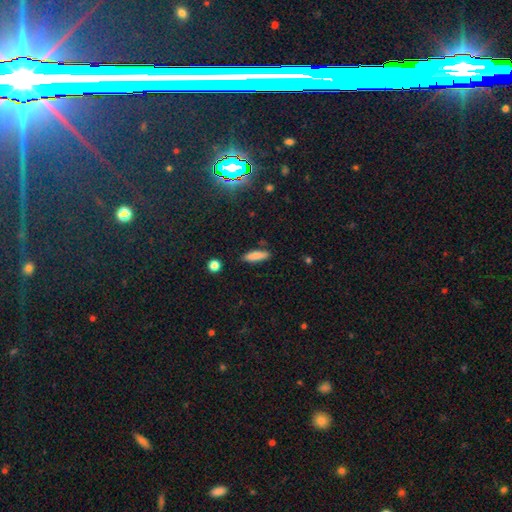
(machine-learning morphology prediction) smooth-or-featured: smooth: 82% | featured or disk: 10% | star or artifact: 8%
  how-rounded: cigar-shaped: 59% | in between: 39% | round: 2%
  merging: none: 86% | minor disturbance: 10% | major disturbance: 2% | merger: 2%